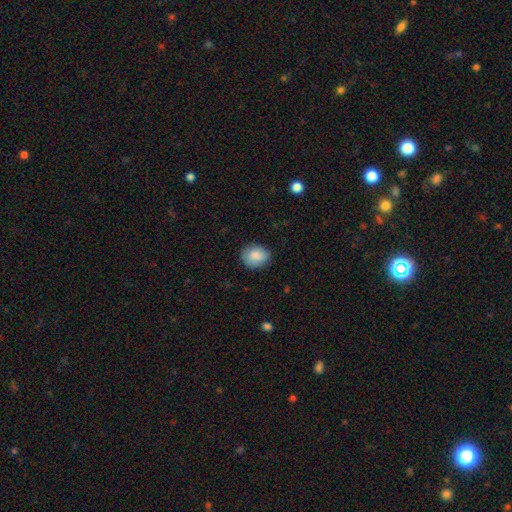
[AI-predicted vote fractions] Smooth or featured? Predicted: smooth (p=0.86). How rounded? Predicted: round (p=0.55). Merging? Predicted: none (p=0.81).